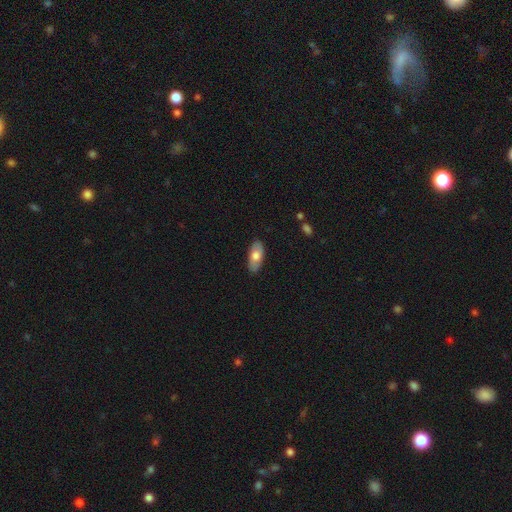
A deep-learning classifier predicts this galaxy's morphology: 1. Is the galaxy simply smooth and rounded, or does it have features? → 69% smooth, 25% featured or disk, 6% star or artifact.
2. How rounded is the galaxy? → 90% in between, 7% cigar-shaped, 2% round.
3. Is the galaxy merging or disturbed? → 86% none, 11% minor disturbance, 2% major disturbance, 1% merger.